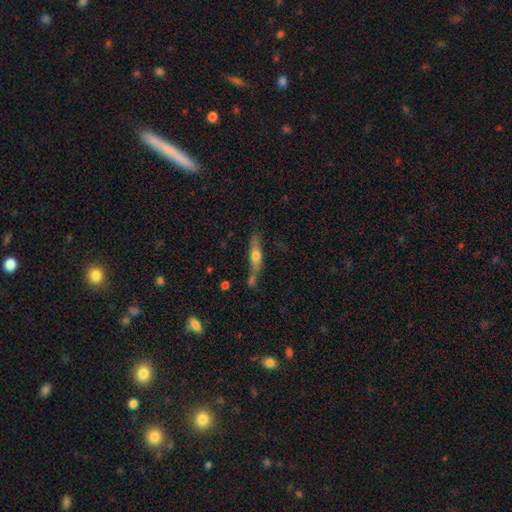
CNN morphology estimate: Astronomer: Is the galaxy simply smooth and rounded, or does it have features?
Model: featured or disk — 52% (runner-up: smooth, 41%).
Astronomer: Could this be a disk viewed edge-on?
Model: yes — 83%.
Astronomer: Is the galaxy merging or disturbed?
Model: none — 58%.